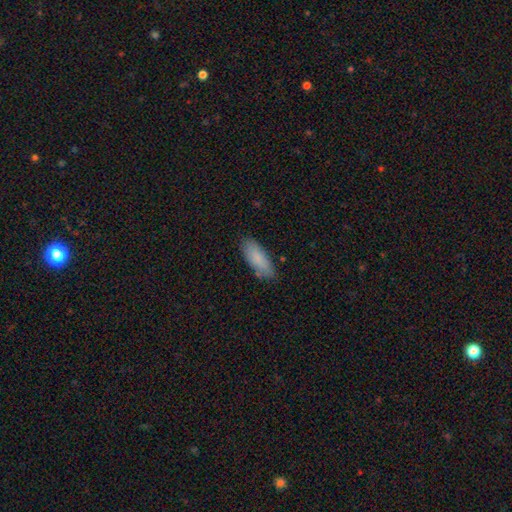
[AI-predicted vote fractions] Smooth or featured? Predicted: smooth (p=0.84). How rounded? Predicted: in between (p=0.67). Merging? Predicted: none (p=0.84).